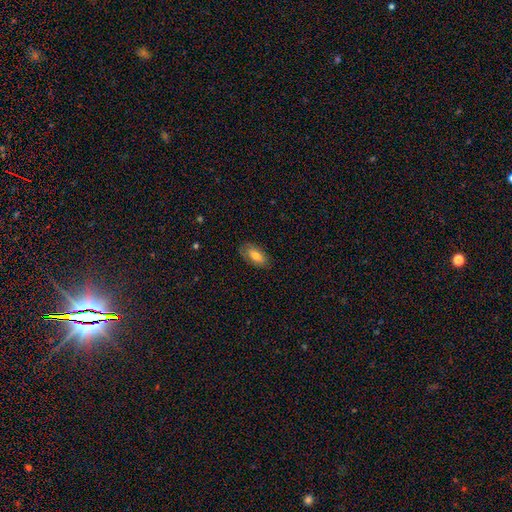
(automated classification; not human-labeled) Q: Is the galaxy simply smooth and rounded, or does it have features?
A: smooth — 75%.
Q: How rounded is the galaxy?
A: in between — 90%.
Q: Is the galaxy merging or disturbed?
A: none — 82%.